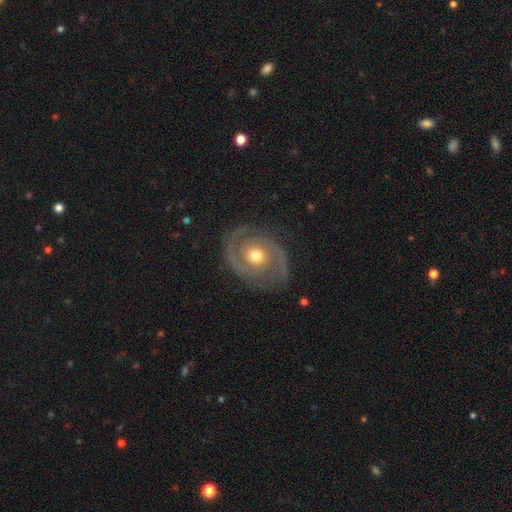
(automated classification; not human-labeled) Smooth or featured? Predicted: featured or disk (p=0.90). Edge-on disk? Predicted: no (p=0.98). Bar? Predicted: no (p=0.75). Spiral arms? Predicted: yes (p=0.97). Spiral winding? Predicted: tight (p=0.57). Spiral arm count? Predicted: 2 (p=0.89). Bulge size? Predicted: moderate (p=0.77). Merging? Predicted: none (p=0.82).